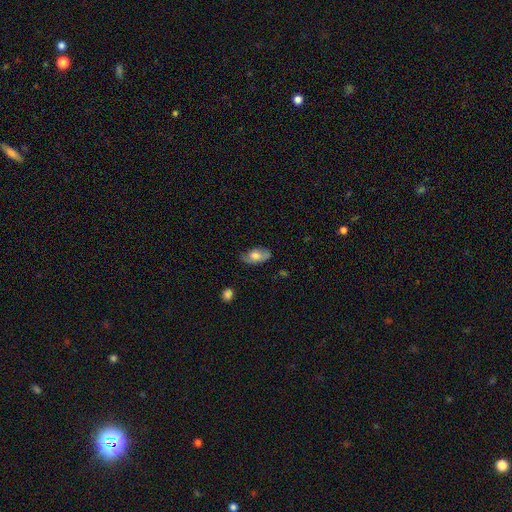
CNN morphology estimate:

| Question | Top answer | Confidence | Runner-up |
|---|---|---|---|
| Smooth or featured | smooth | 62% | featured or disk (31%) |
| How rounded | in between | 91% | round (5%) |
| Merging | none | 60% | minor disturbance (29%) |